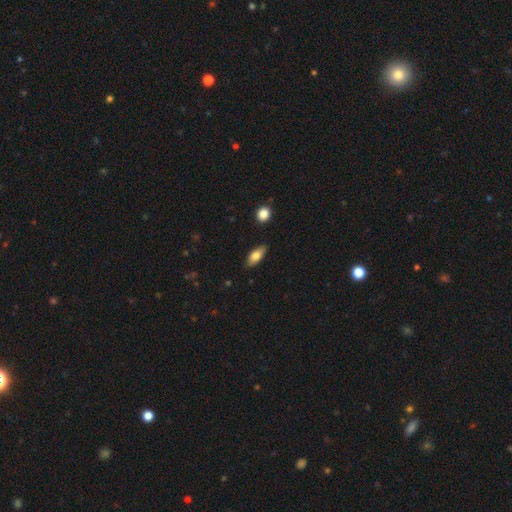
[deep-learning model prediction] Smooth or featured?
  - smooth: 78% *
  - featured or disk: 16%
  - star or artifact: 7%
How rounded?
  - in between: 84% *
  - cigar-shaped: 13%
  - round: 3%
Merging?
  - none: 84% *
  - minor disturbance: 12%
  - major disturbance: 2%
  - merger: 2%